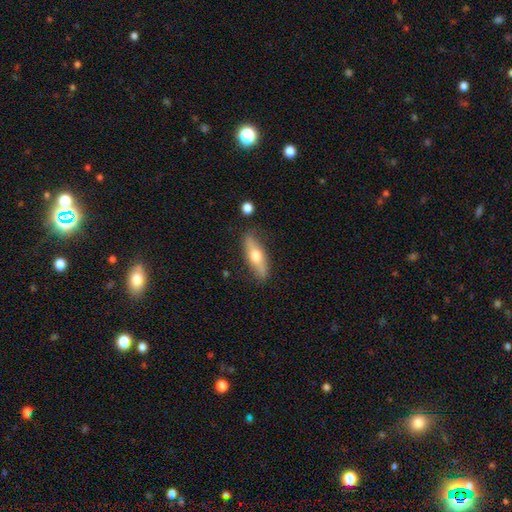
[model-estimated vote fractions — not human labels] The model was most divided on "smooth or featured" (2-way tie): smooth: 47%, featured or disk: 47%, star or artifact: 6%. More confident: merging — none (82%).